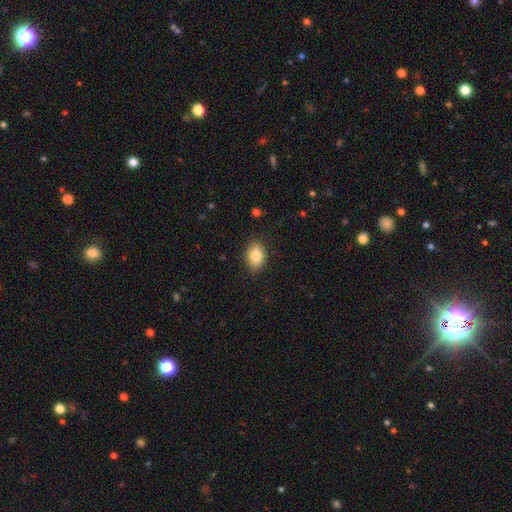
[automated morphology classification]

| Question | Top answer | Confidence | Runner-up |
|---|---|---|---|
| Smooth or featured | smooth | 84% | featured or disk (8%) |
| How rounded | in between | 81% | round (17%) |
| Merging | none | 85% | minor disturbance (11%) |